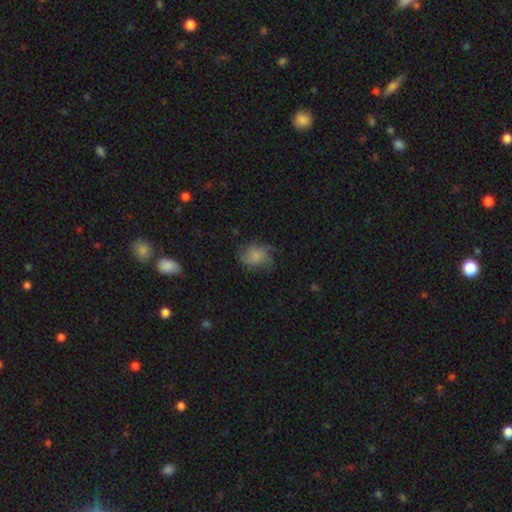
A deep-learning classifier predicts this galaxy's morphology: smooth-or-featured: smooth: 60% | featured or disk: 29% | star or artifact: 11%
  how-rounded: round: 51% | in between: 48% | cigar-shaped: 1%
  merging: none: 57% | minor disturbance: 26% | major disturbance: 16% | merger: 2%